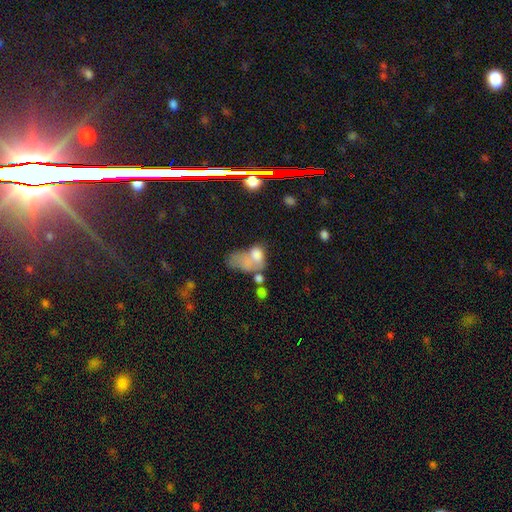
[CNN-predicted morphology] A smooth galaxy with no disk features (63%) that is in between round and cigar-shaped (82%). Merging: merger (43%).